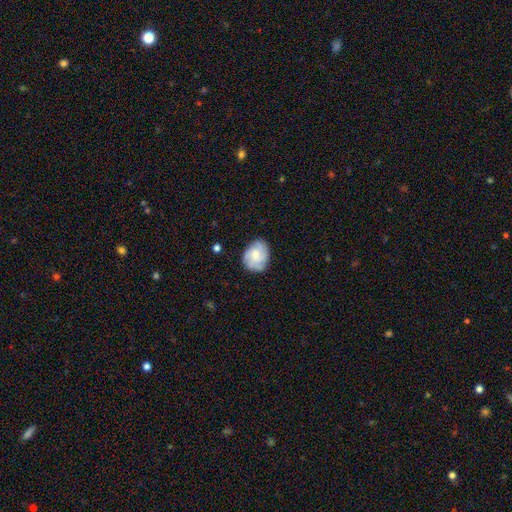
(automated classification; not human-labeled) This appears to be a featured or disk galaxy (53%) with no bar (72%), spiral arms (88%) and a moderate central bulge (50%). Merging: none (76%).